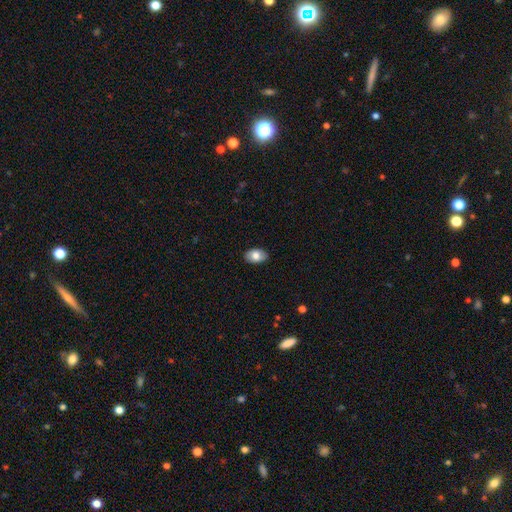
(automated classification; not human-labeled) smooth 80%, featured or disk 13%, star or artifact 7%. Down the decision tree: how rounded — in between (89%); merging — none (88%).